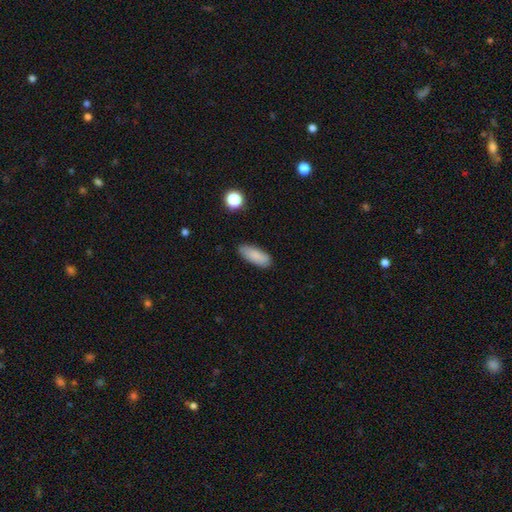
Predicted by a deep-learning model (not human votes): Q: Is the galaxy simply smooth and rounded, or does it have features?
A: smooth — 85%.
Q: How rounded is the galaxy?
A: in between — 76%.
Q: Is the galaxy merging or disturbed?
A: none — 84%.